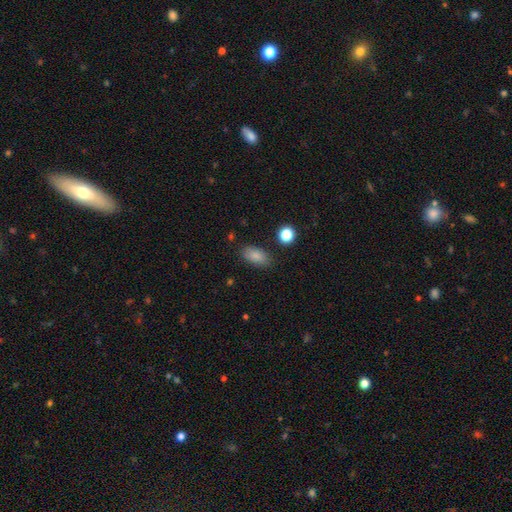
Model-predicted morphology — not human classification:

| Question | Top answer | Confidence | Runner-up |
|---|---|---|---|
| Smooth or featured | smooth | 85% | star or artifact (9%) |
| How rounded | in between | 90% | round (5%) |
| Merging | none | 81% | minor disturbance (13%) |